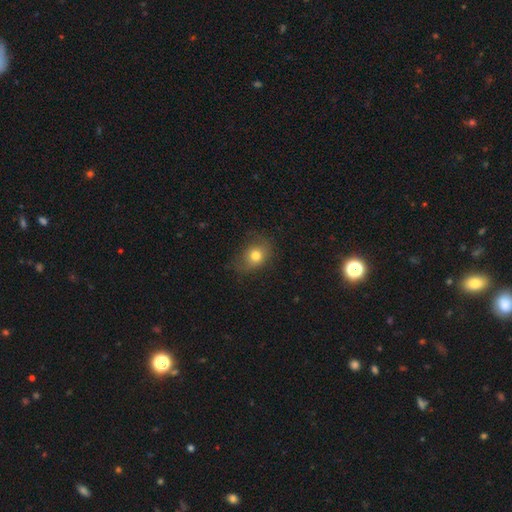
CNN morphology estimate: smooth-or-featured: smooth: 77% | featured or disk: 12% | star or artifact: 11%
  how-rounded: in between: 57% | round: 42% | cigar-shaped: 1%
  merging: none: 66% | minor disturbance: 24% | major disturbance: 9% | merger: 1%